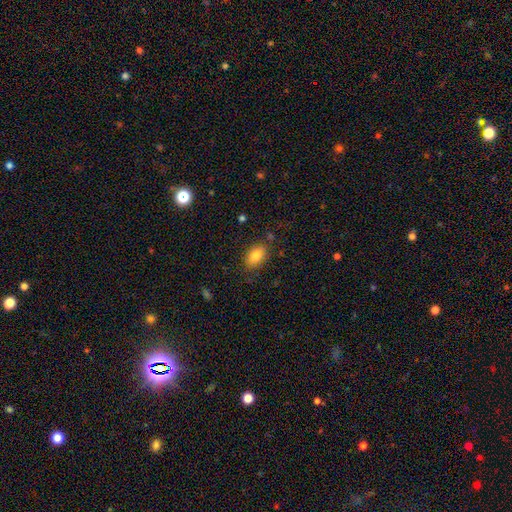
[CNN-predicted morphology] A smooth galaxy with no disk features (85%) that is in between round and cigar-shaped (88%).

Vote fractions:
- Smooth or featured? smooth: 85% / star or artifact: 8% / featured or disk: 7%
- How rounded? in between: 88% / round: 10% / cigar-shaped: 2%
- Merging? none: 81% / minor disturbance: 13% / major disturbance: 4% / merger: 2%